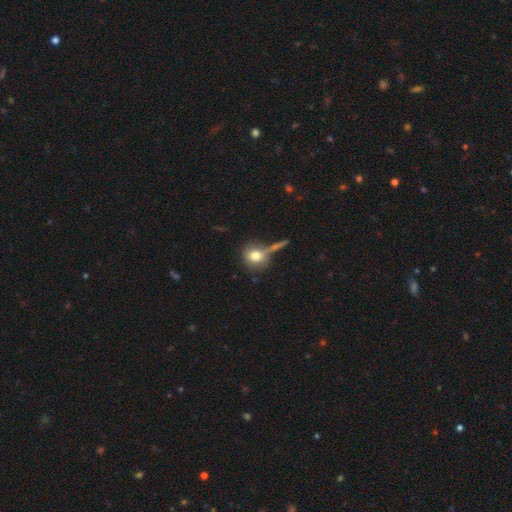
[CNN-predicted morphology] This appears to be a smooth galaxy with no disk features (76%) that is round (84%). Merging: none (58%).